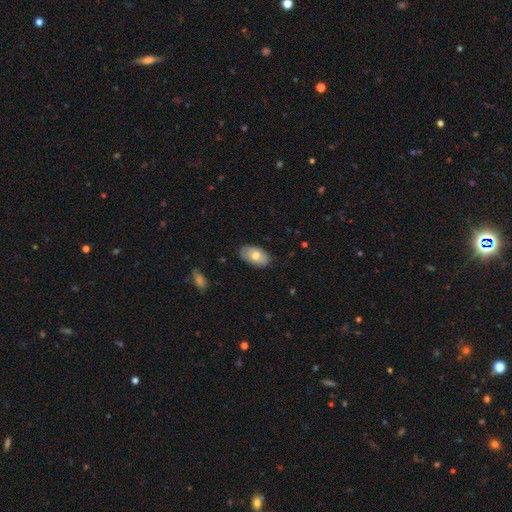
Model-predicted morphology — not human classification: A smooth galaxy with no disk features (69%) that is in between round and cigar-shaped (93%).

Vote fractions:
- Smooth or featured? smooth: 69% / featured or disk: 24% / star or artifact: 6%
- How rounded? in between: 93% / round: 6% / cigar-shaped: 1%
- Merging? none: 81% / minor disturbance: 15% / major disturbance: 2% / merger: 1%